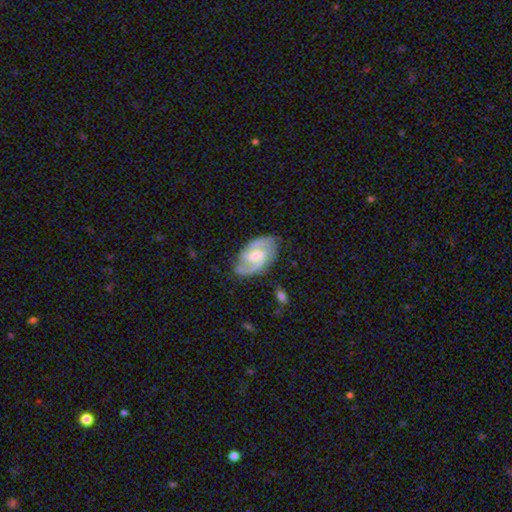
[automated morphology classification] Smooth or featured?
  - featured or disk: 82% *
  - smooth: 13%
  - star or artifact: 5%
Edge-on disk?
  - no: 97% *
  - yes: 3%
Bar?
  - weak: 54% *
  - no: 33%
  - strong: 13%
Spiral arms?
  - yes: 95% *
  - no: 5%
Spiral winding?
  - medium: 52% *
  - tight: 29%
  - loose: 19%
Spiral arm count?
  - 2: 86% *
  - can't tell: 6%
  - 1: 3%
  - 3: 3%
  - 4: 1%
  - more than 4: 1%
Bulge size?
  - moderate: 50% *
  - small: 32%
  - none: 9%
  - large: 8%
  - dominant: 1%
Merging?
  - none: 75% *
  - minor disturbance: 18%
  - major disturbance: 5%
  - merger: 2%